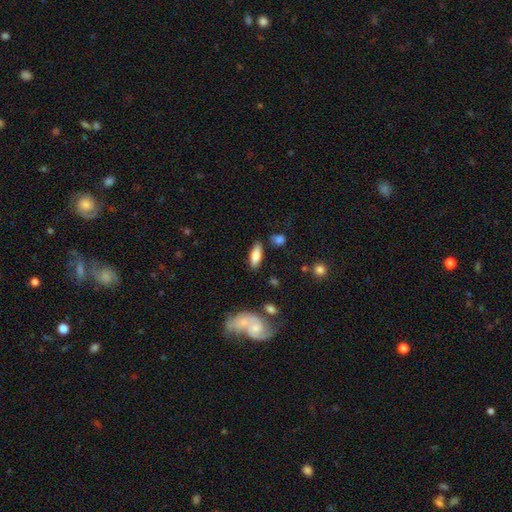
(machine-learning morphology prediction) A smooth galaxy with no disk features (73%) that is in between round and cigar-shaped (65%).

Vote fractions:
- Smooth or featured? smooth: 73% / featured or disk: 20% / star or artifact: 7%
- How rounded? in between: 65% / cigar-shaped: 32% / round: 2%
- Merging? none: 82% / minor disturbance: 12% / merger: 3% / major disturbance: 3%